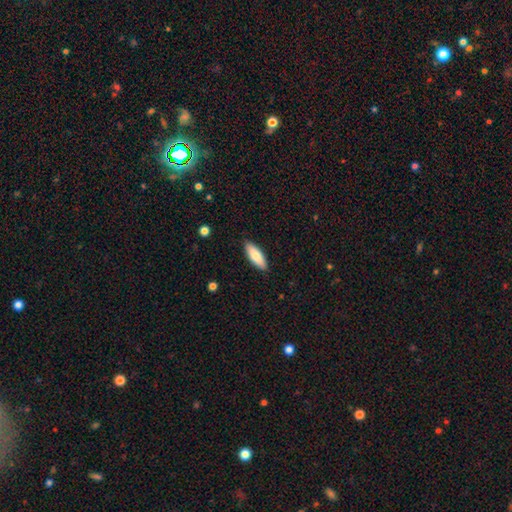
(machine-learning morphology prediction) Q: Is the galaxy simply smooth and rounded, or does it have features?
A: smooth — 82%.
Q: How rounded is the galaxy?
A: in between — 64%.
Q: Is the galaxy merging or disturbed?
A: none — 88%.